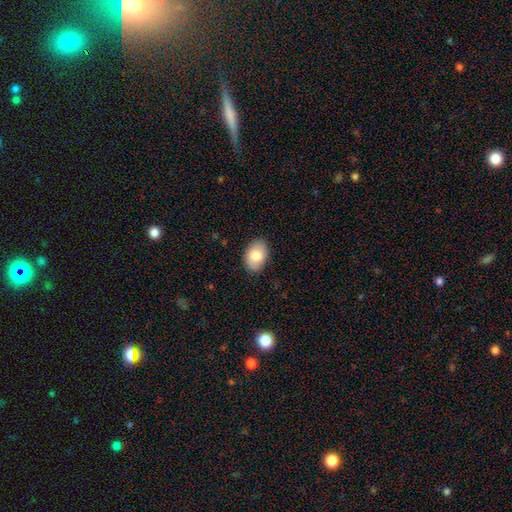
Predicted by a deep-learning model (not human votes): smooth-or-featured: smooth: 80% | featured or disk: 13% | star or artifact: 7%
  how-rounded: in between: 86% | round: 13% | cigar-shaped: 1%
  merging: none: 86% | minor disturbance: 11% | major disturbance: 2% | merger: 1%